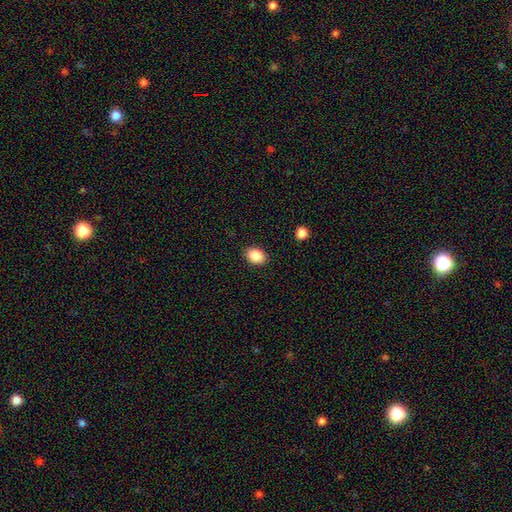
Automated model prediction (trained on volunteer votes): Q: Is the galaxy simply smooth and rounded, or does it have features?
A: smooth — 87%.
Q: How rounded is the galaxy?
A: in between — 71%.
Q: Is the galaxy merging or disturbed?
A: none — 89%.